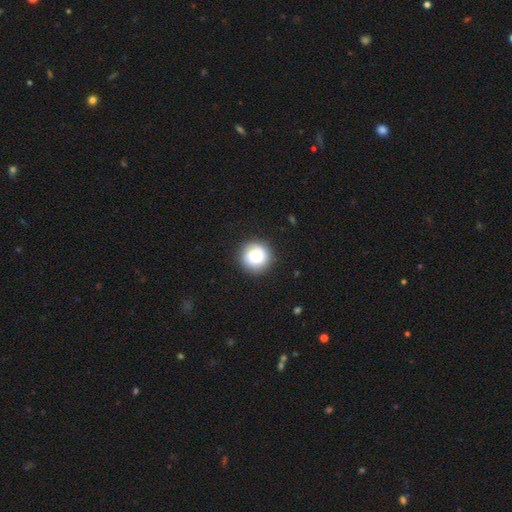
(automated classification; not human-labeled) smooth 76%, featured or disk 15%, star or artifact 9%. Down the decision tree: how rounded — round (95%); merging — none (90%).